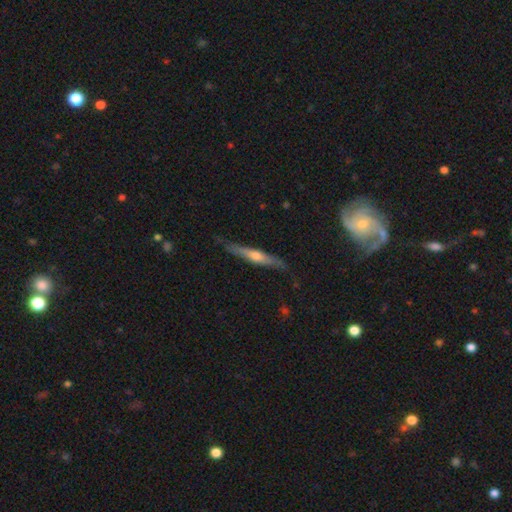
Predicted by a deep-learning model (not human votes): The model was most divided on "smooth or featured": featured or disk: 63%, smooth: 31%, star or artifact: 6%. More confident: edge-on disk — yes (95%); edge-on bulge — rounded (83%); merging — none (82%).